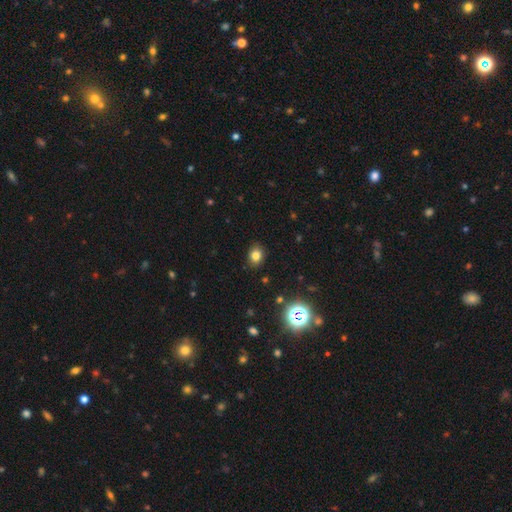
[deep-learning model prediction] Smooth or featured?
  - smooth: 78% *
  - star or artifact: 15%
  - featured or disk: 7%
How rounded?
  - round: 55% *
  - in between: 45%
  - cigar-shaped: 1%
Merging?
  - none: 88% *
  - minor disturbance: 9%
  - major disturbance: 2%
  - merger: 1%